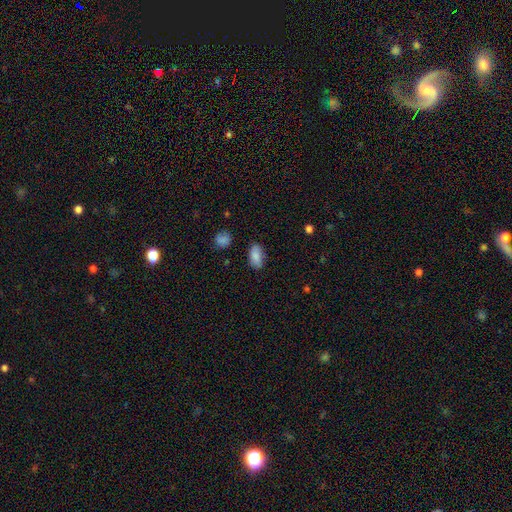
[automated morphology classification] smooth-or-featured: smooth: 86% | star or artifact: 7% | featured or disk: 6%
  how-rounded: in between: 92% | round: 4% | cigar-shaped: 4%
  merging: none: 79% | minor disturbance: 16% | major disturbance: 3% | merger: 2%